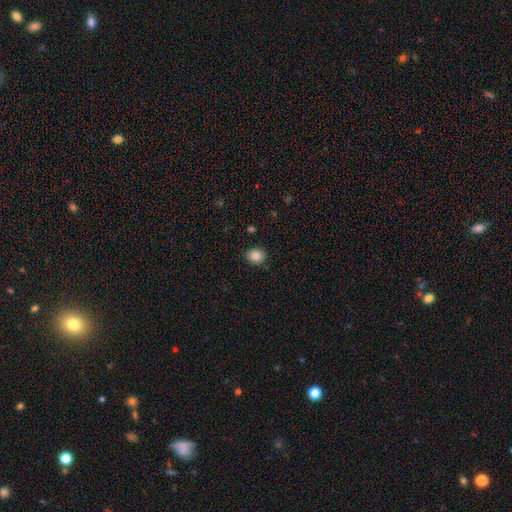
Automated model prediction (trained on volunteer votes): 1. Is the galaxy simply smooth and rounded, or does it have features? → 86% smooth, 10% star or artifact, 5% featured or disk.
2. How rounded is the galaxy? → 67% round, 32% in between, 1% cigar-shaped.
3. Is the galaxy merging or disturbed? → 88% none, 9% minor disturbance, 2% major disturbance, 1% merger.